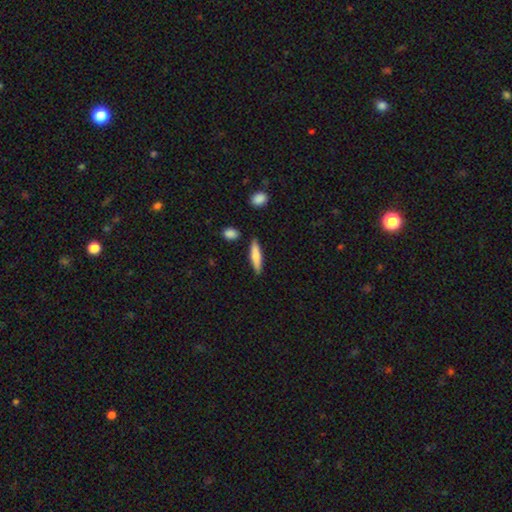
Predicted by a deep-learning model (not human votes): This appears to be a smooth galaxy with no disk features (68%) that is cigar-shaped (80%). Merging: none (85%).